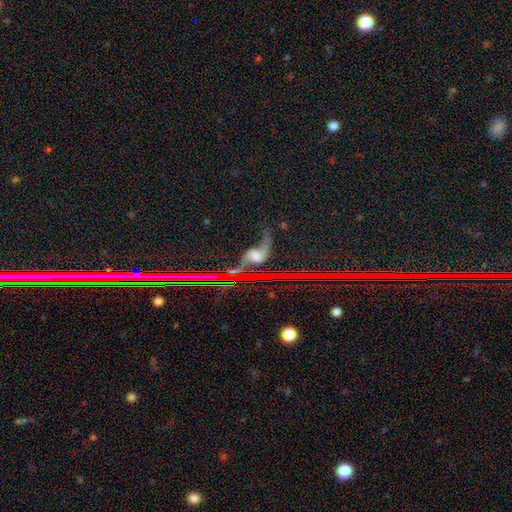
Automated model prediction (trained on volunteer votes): Morphology: type=featured or disk (70%); edge-on=no (90%); bar=no (50%); spiral arms=yes (91%); winding=loose (82%); arm count=2 (88%); bulge=moderate (43%); merging=none (52%).